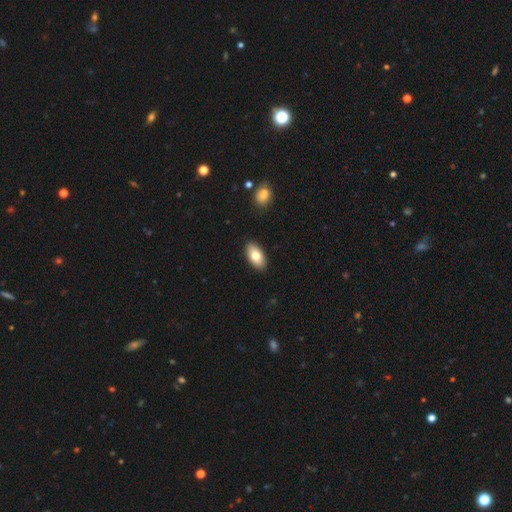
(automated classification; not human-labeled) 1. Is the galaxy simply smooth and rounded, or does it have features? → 78% smooth, 16% featured or disk, 7% star or artifact.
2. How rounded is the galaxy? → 93% in between, 4% cigar-shaped, 3% round.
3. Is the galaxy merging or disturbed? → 89% none, 8% minor disturbance, 2% major disturbance, 1% merger.